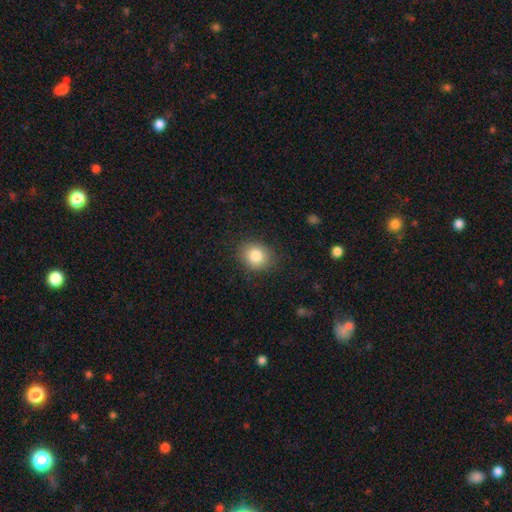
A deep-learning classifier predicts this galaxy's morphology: Smooth or featured? smooth (84%)
How rounded? round (68%)
Merging? none (86%)